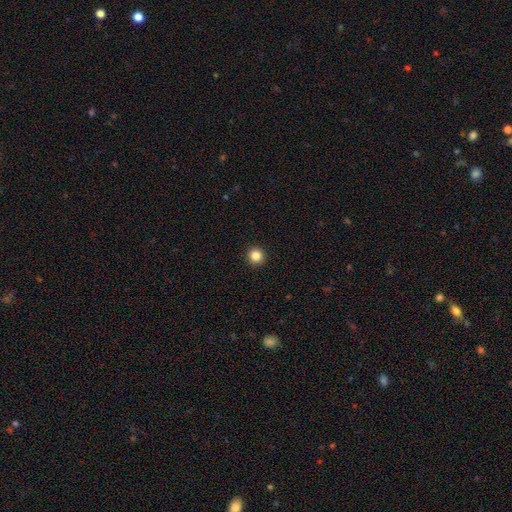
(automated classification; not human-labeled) Q: Smooth or featured?
A: smooth (85%); runner-up: star or artifact (11%)
Q: How rounded?
A: round (95%); runner-up: in between (4%)
Q: Merging?
A: none (94%); runner-up: minor disturbance (4%)